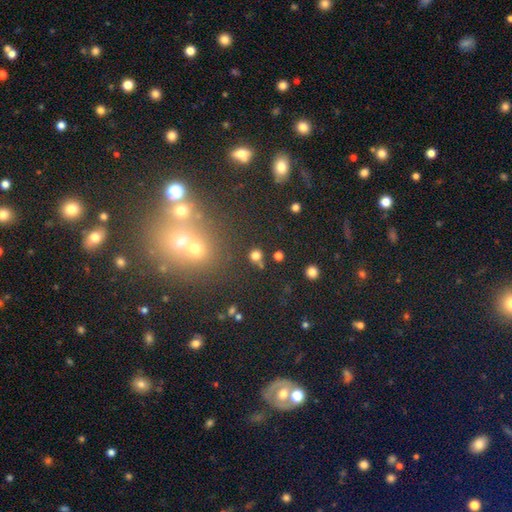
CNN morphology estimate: This appears to be a smooth galaxy with no disk features (74%) that is round (85%). Merging: none (78%).